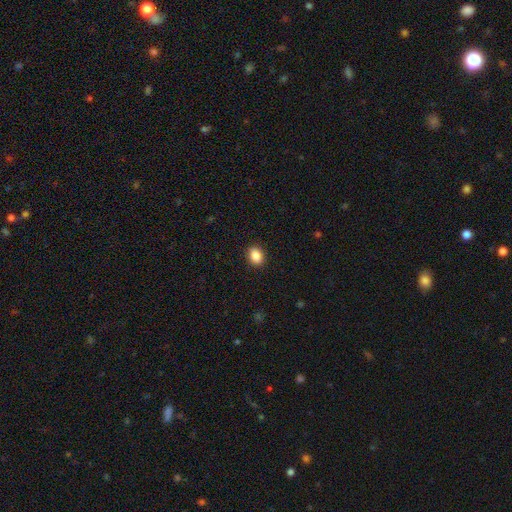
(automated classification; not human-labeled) Morphology: type=smooth (88%); roundness=in between (66%); merging=none (91%).